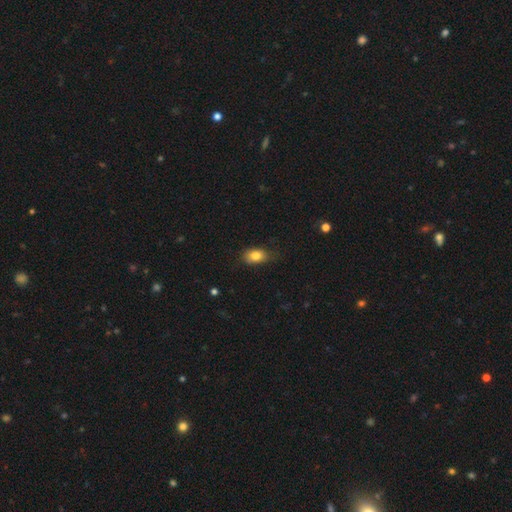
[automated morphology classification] smooth-or-featured: smooth: 81% | featured or disk: 10% | star or artifact: 9%
  how-rounded: in between: 80% | round: 17% | cigar-shaped: 3%
  merging: none: 65% | minor disturbance: 27% | major disturbance: 6% | merger: 1%